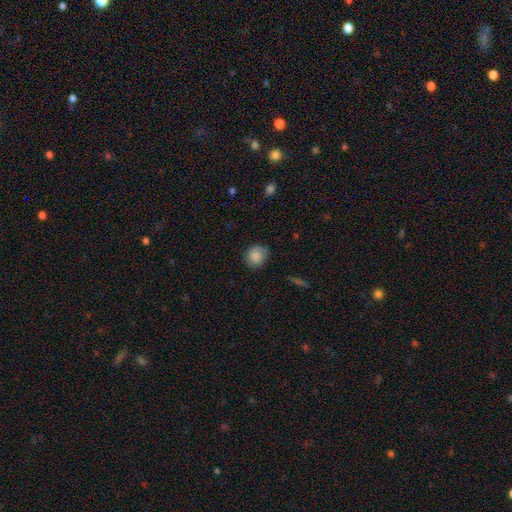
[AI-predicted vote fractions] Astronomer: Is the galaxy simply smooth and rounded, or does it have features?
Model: smooth — 84%.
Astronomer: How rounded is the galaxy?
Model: round — 83%.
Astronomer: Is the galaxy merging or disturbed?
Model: none — 77%.